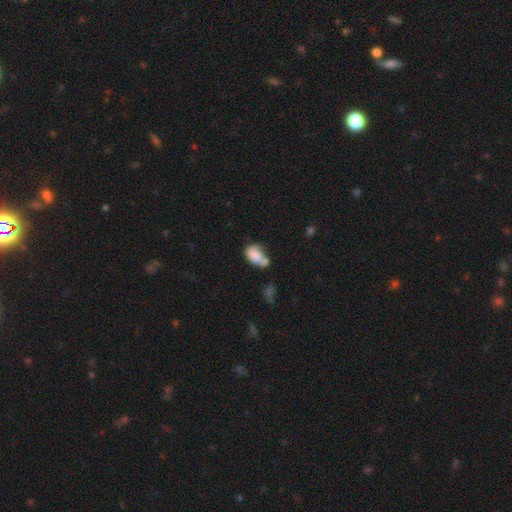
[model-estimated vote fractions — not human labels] Morphology: type=smooth (80%); roundness=in between (76%); merging=merger (50%).